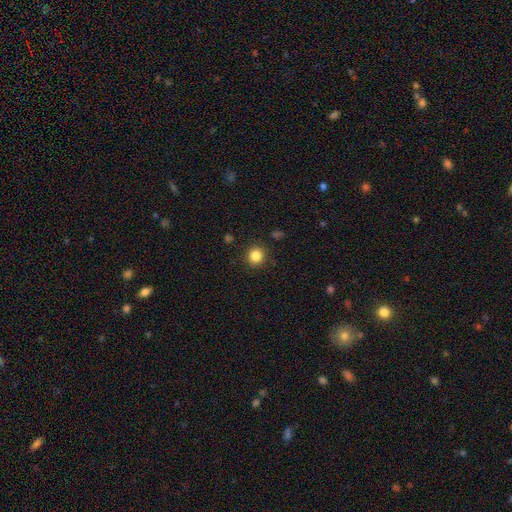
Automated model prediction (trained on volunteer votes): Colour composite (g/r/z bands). It shows a smooth galaxy with no disk features (84%) that is round (91%). Merging: none (90%).